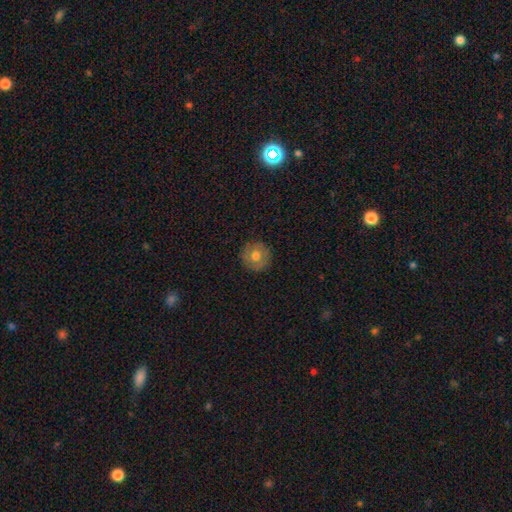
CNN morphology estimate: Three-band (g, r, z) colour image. It shows a smooth galaxy with no disk features (65%) that is round (95%). Merging: none (89%).